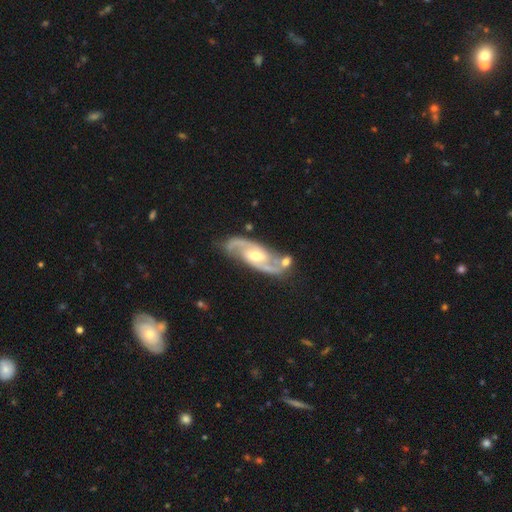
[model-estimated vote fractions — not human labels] featured or disk 91%, smooth 5%, star or artifact 4%. Down the decision tree: edge-on disk — no (95%); bar — weak (46%); spiral arms — yes (98%); spiral arm count — 2 (93%); spiral winding — medium (58%); bulge size — moderate (67%); merging — none (74%).